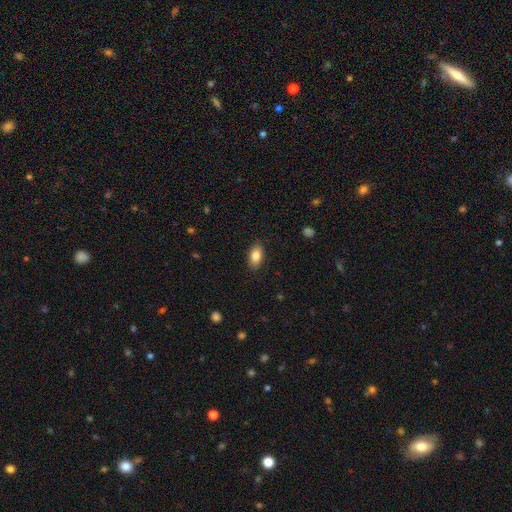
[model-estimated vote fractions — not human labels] Smooth or featured: smooth — 84% (featured or disk — 8%)
How rounded: in between — 90% (round — 5%)
Merging: none — 86% (minor disturbance — 10%)